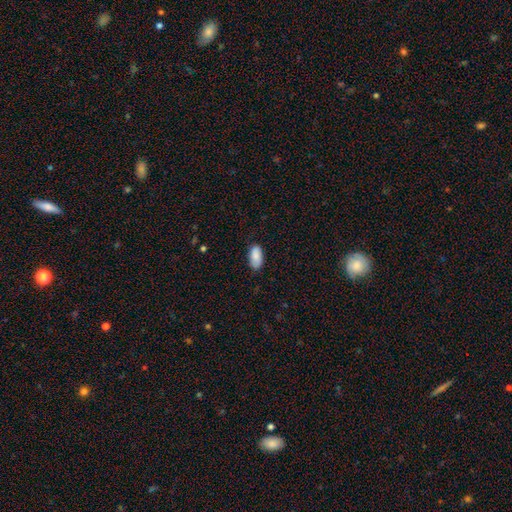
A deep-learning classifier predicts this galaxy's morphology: Smooth or featured?
  - smooth: 85% *
  - featured or disk: 9%
  - star or artifact: 6%
How rounded?
  - in between: 94% *
  - cigar-shaped: 4%
  - round: 3%
Merging?
  - none: 80% *
  - minor disturbance: 16%
  - major disturbance: 3%
  - merger: 1%